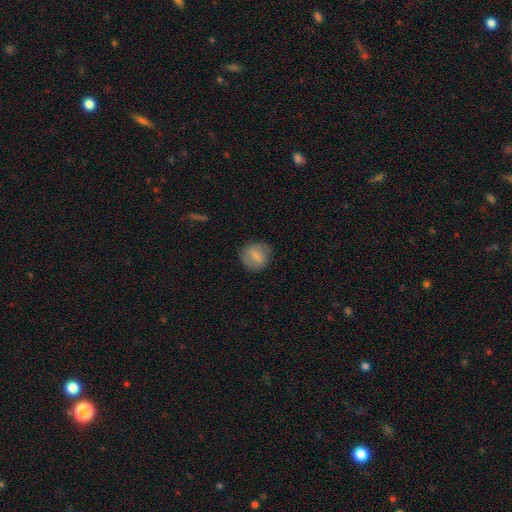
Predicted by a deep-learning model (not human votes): Smooth or featured? smooth (70%)
How rounded? round (83%)
Merging? none (82%)